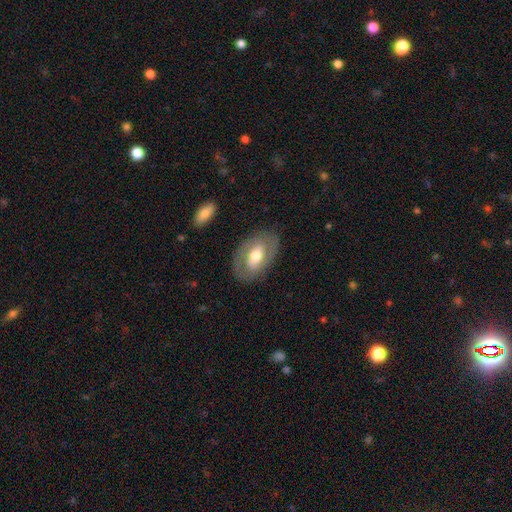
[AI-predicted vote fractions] A featured or disk galaxy (65%) with no bar (39%), spiral arms (59%) and a moderate central bulge (68%). Merging: none (82%).